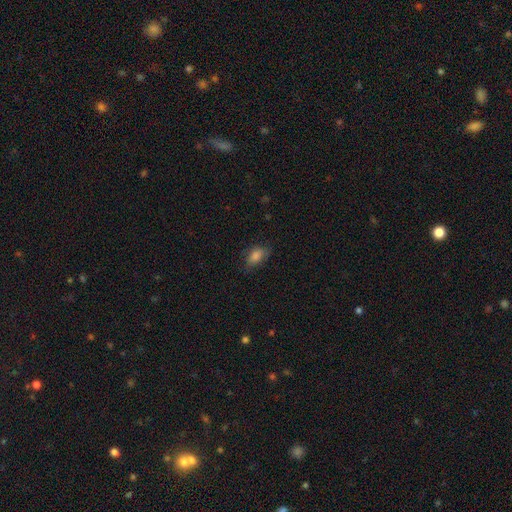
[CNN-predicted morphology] The model was most divided on "merging": none: 69%, minor disturbance: 23%, major disturbance: 7%, merger: 1%. More confident: how rounded — in between (85%); smooth or featured — smooth (81%).